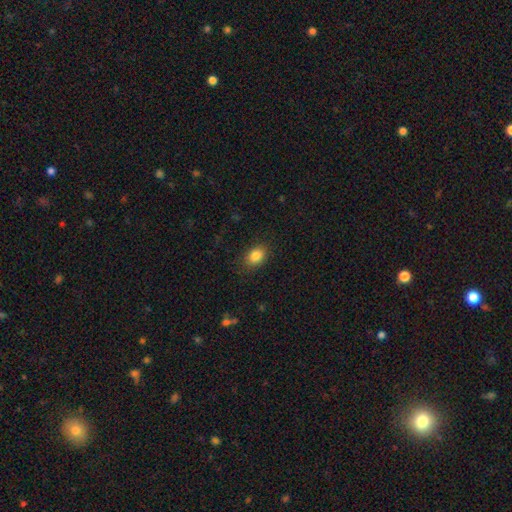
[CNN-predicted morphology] smooth_or_featured: smooth (p=0.85) [alt: star or artifact p=0.10]
how_rounded: in between (p=0.71) [alt: round p=0.27]
merging: none (p=0.85) [alt: minor disturbance p=0.11]